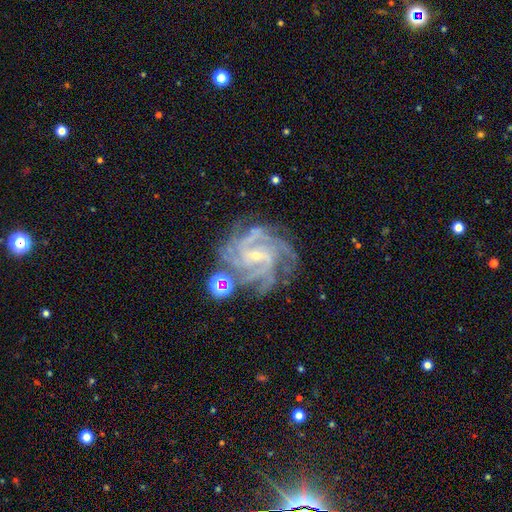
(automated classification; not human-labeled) smooth-or-featured: featured or disk: 90% | star or artifact: 7% | smooth: 3%
  disk-edge-on: no: 98% | yes: 2%
    bar: weak: 46% | no: 34% | strong: 20%
    has-spiral-arms: yes: 98% | no: 2%
      spiral-winding: tight: 61% | medium: 34% | loose: 5%
      spiral-arm-count: 4: 40% | more than 4: 20% | 3: 13% | can't tell: 13% | 2: 7% | 1: 6%
    bulge-size: small: 77% | moderate: 19% | none: 2% | large: 1% | dominant: 1%
  merging: none: 71% | minor disturbance: 16% | major disturbance: 9% | merger: 3%